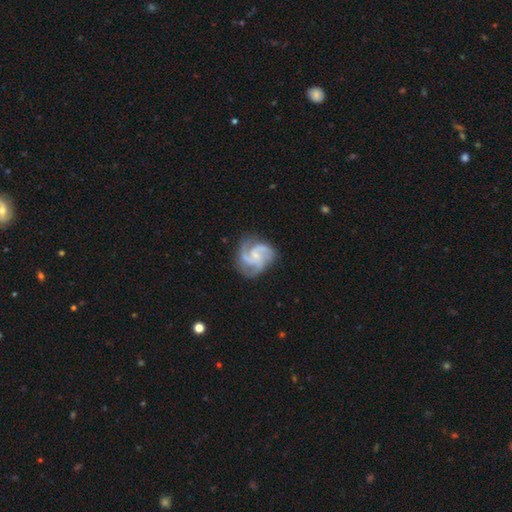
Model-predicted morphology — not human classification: smooth_or_featured: featured or disk (p=0.91) [alt: smooth p=0.05]
disk_edge_on: no (p=0.99) [alt: yes p=0.01]
bar: no (p=0.61) [alt: weak p=0.33]
has_spiral_arms: yes (p=0.98) [alt: no p=0.02]
spiral_winding: medium (p=0.57) [alt: tight p=0.31]
spiral_arm_count: 3 (p=0.71) [alt: 2 p=0.11]
bulge_size: small (p=0.69) [alt: moderate p=0.22]
merging: none (p=0.73) [alt: minor disturbance p=0.18]